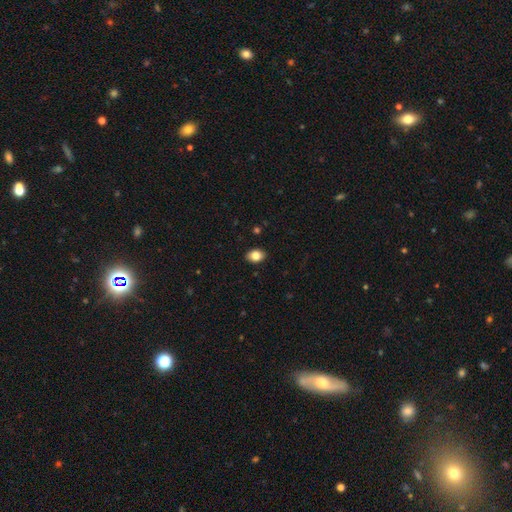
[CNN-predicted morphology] Smooth or featured: smooth — 84% (star or artifact — 8%)
How rounded: in between — 76% (round — 23%)
Merging: none — 90% (minor disturbance — 7%)